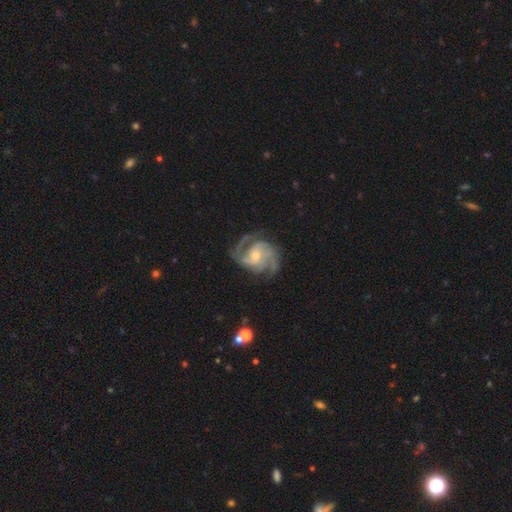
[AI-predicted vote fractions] Morphology: type=featured or disk (90%); edge-on=no (98%); bar=no (56%); spiral arms=yes (97%); winding=medium (50%); arm count=3 (35%); bulge=moderate (48%, tied with small); merging=none (70%).